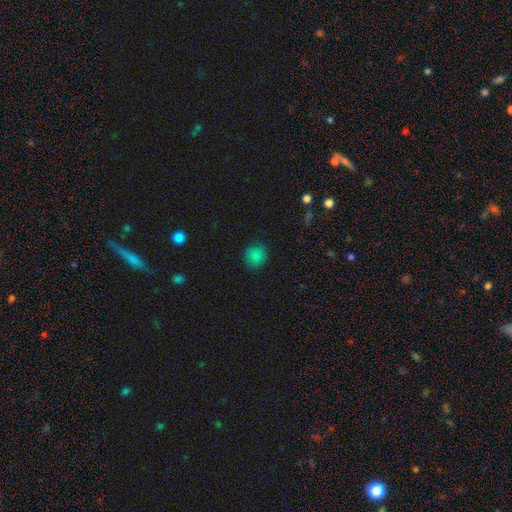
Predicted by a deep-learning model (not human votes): This is clearly a smooth galaxy (83%). How rounded: clearly round (86%). Merging: clearly none (87%).